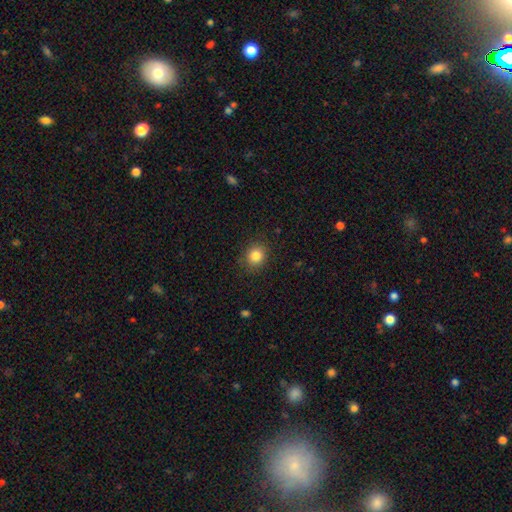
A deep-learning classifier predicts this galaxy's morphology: smooth-or-featured: smooth: 84% | star or artifact: 10% | featured or disk: 5%
  how-rounded: round: 79% | in between: 20% | cigar-shaped: 1%
  merging: none: 87% | minor disturbance: 9% | major disturbance: 3% | merger: 1%